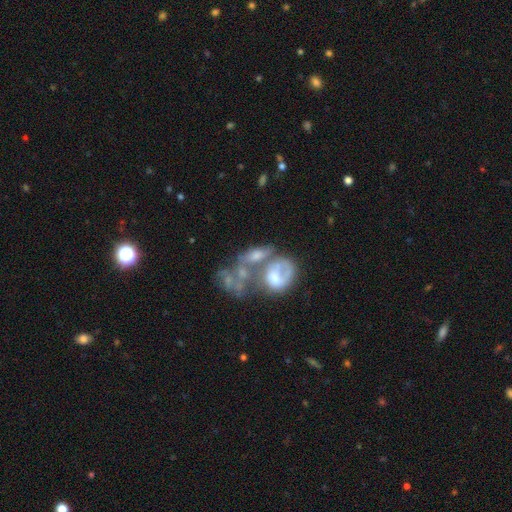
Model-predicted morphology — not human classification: A featured or disk galaxy (46%). Merging: merger (60%).